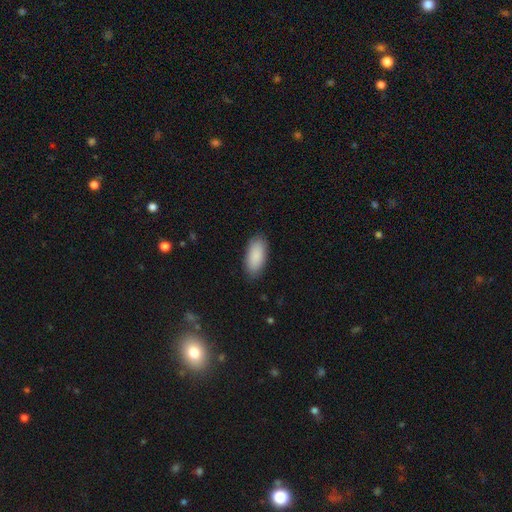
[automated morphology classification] Overall: smooth (90%). How rounded: in between (92%). Merging: none (86%).